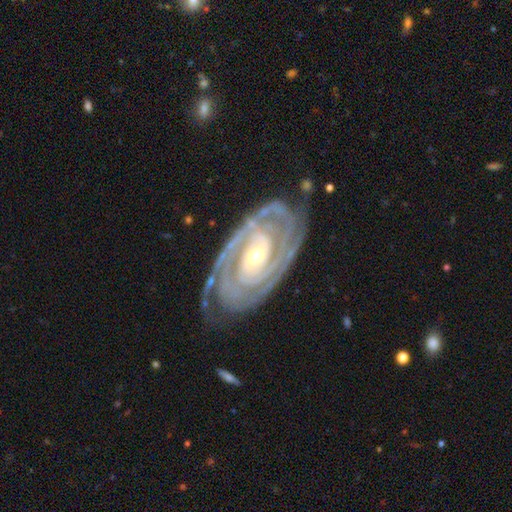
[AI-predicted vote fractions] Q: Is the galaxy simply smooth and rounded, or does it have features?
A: featured or disk — 92%.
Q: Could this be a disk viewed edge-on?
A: no — 96%.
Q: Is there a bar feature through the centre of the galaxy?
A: no — 54%.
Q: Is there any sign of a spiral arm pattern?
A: yes — 97%.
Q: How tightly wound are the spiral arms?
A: tight — 81%.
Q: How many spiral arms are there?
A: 2 — 58%.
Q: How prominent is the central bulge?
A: moderate — 56%.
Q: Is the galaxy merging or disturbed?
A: none — 74%.